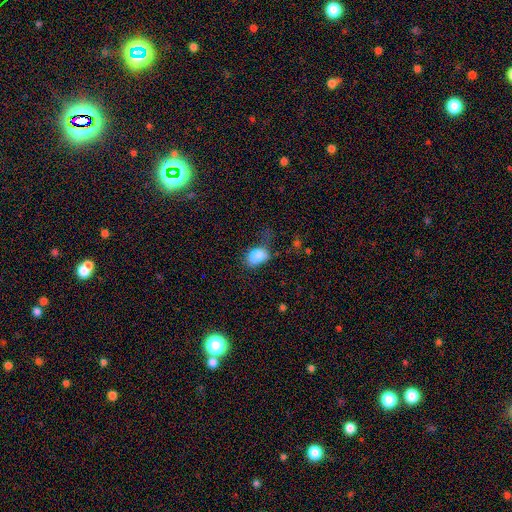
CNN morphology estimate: Smooth or featured?
  - smooth: 83% *
  - star or artifact: 9%
  - featured or disk: 9%
How rounded?
  - in between: 74% *
  - round: 25%
  - cigar-shaped: 1%
Merging?
  - none: 39% *
  - minor disturbance: 33%
  - major disturbance: 24%
  - merger: 4%